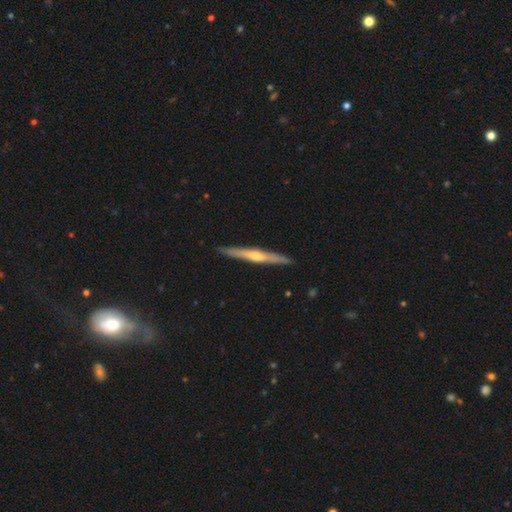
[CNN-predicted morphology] Overall: featured or disk (66%; smooth 28%). Edge-on disk: yes (97%). Edge-on bulge: rounded (72%). Merging: none (91%).